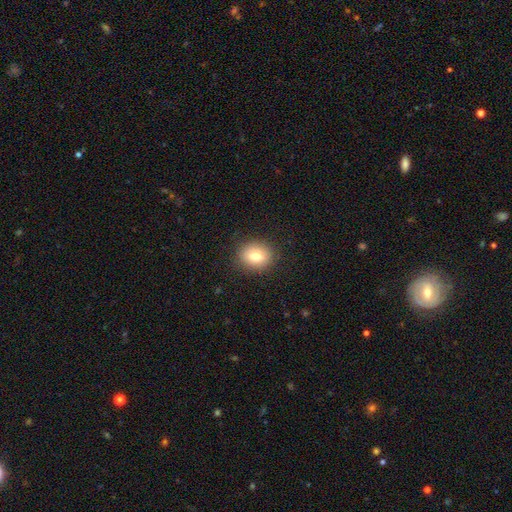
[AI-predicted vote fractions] A smooth galaxy with no disk features (79%) that is round (54%). Merging: none (88%).